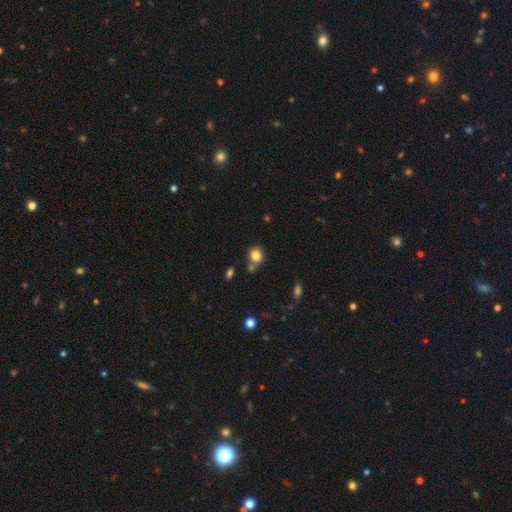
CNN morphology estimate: This appears to be a smooth galaxy with no disk features (82%) that is round (75%). Merging: none (63%).